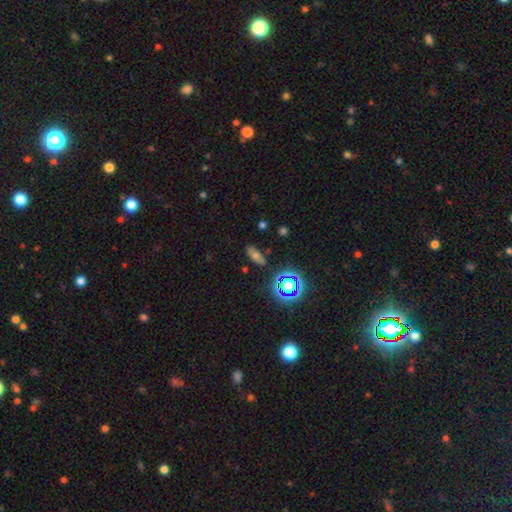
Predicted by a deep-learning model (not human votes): Smooth or featured: smooth — 56% (star or artifact — 25%)
How rounded: in between — 67% (cigar-shaped — 22%)
Merging: none — 80% (minor disturbance — 13%)